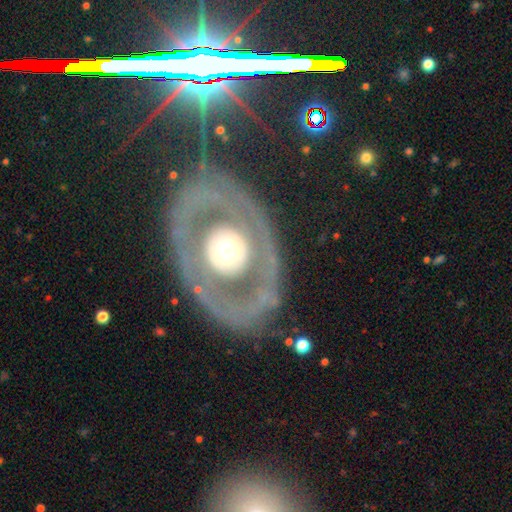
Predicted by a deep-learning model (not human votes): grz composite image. It shows a featured or disk galaxy (74%) with no bar (89%), no spiral arms (71%) and a moderate central bulge (51%). Merging: none (77%).